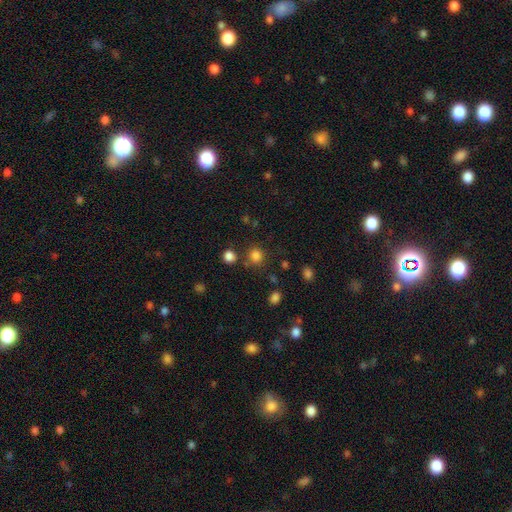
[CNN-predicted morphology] Smooth or featured? Predicted: smooth (p=0.81). How rounded? Predicted: round (p=0.87). Merging? Predicted: none (p=0.75).